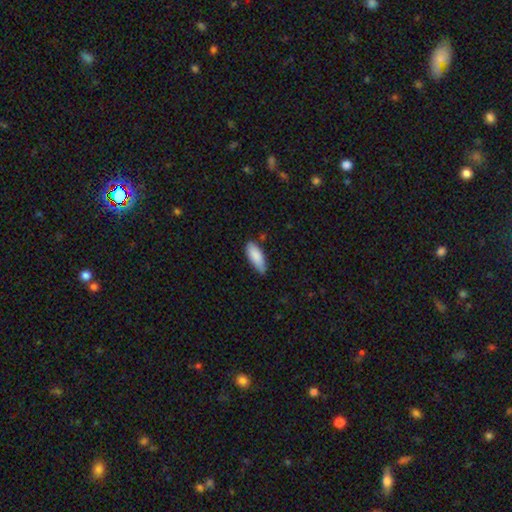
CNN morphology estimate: smooth_or_featured: smooth (p=0.88) [alt: featured or disk p=0.06]
how_rounded: in between (p=0.76) [alt: cigar-shaped p=0.22]
merging: none (p=0.65) [alt: minor disturbance p=0.29]